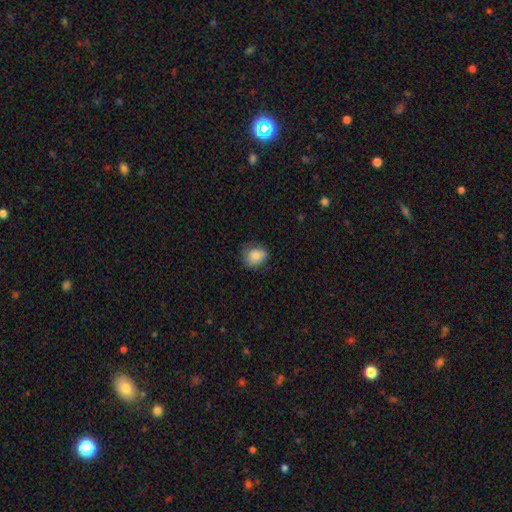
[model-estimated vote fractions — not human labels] smooth-or-featured: smooth: 85% | star or artifact: 8% | featured or disk: 7%
  how-rounded: round: 56% | in between: 43% | cigar-shaped: 1%
  merging: none: 66% | minor disturbance: 25% | major disturbance: 7% | merger: 1%